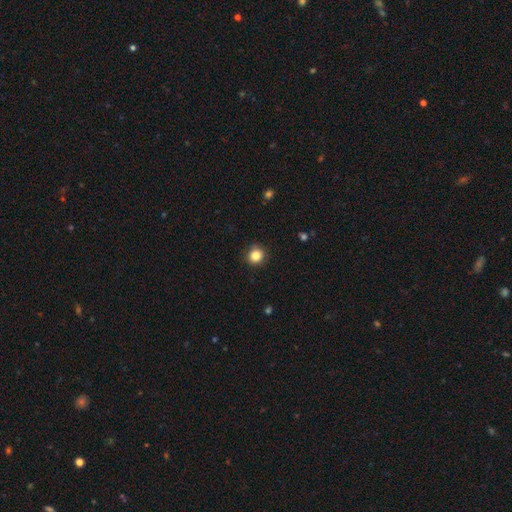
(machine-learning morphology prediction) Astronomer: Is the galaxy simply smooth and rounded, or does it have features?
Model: smooth — 84%.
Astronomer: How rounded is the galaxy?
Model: round — 90%.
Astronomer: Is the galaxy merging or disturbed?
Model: none — 89%.